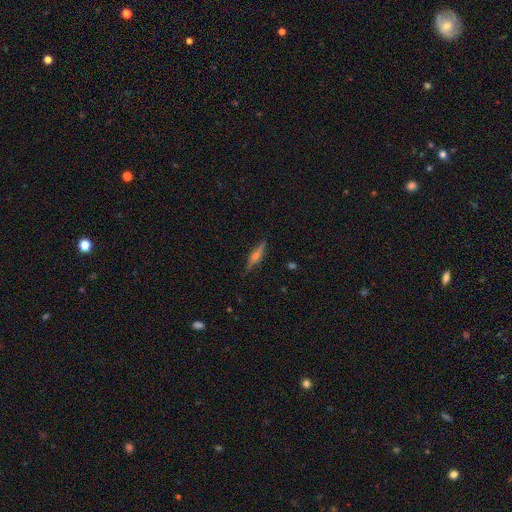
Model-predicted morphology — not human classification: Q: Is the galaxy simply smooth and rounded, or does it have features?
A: featured or disk — 70%.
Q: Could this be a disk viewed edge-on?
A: yes — 97%.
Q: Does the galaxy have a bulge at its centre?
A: rounded — 87%.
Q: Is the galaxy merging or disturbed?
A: none — 87%.